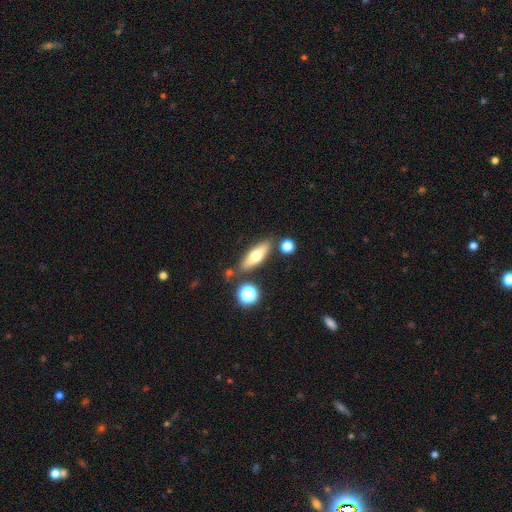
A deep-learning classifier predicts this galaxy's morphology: Smooth or featured? Predicted: smooth (p=0.58). How rounded? Predicted: in between (p=0.50). Merging? Predicted: none (p=0.79).